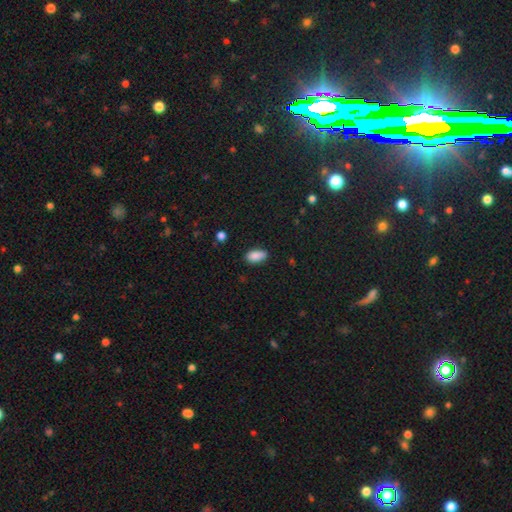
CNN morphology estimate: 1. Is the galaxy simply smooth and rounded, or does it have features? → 88% smooth, 8% star or artifact, 4% featured or disk.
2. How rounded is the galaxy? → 92% in between, 4% cigar-shaped, 4% round.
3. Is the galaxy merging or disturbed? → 81% none, 15% minor disturbance, 3% major disturbance, 2% merger.